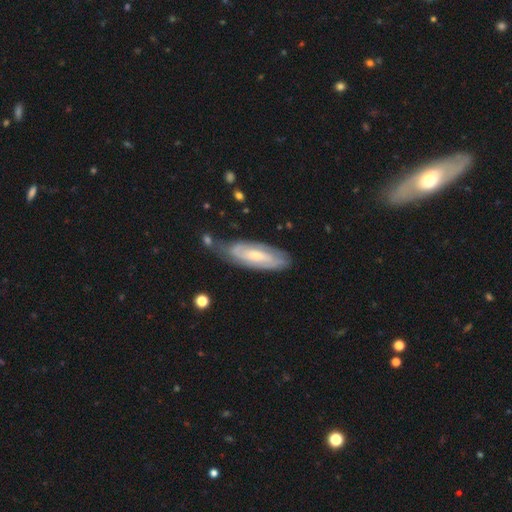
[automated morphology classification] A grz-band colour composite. It shows a featured or disk galaxy (69%) with no bar (45%), 2 (43%) tight (60%) spiral arms (87%) and a small central bulge (46%). Merging: none (65%).